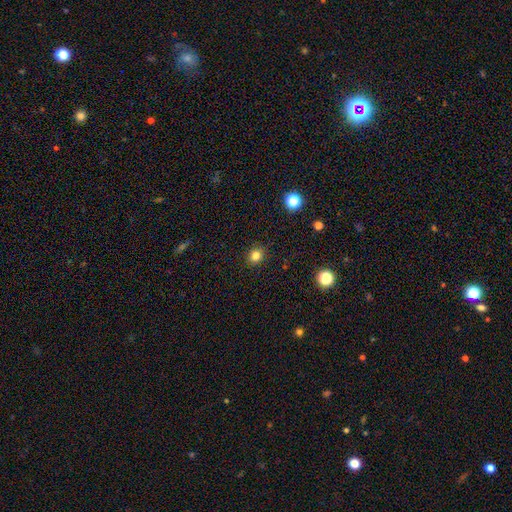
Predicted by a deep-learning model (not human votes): Smooth or featured?
  - smooth: 81% *
  - star or artifact: 13%
  - featured or disk: 5%
How rounded?
  - round: 81% *
  - in between: 18%
  - cigar-shaped: 1%
Merging?
  - none: 90% *
  - minor disturbance: 7%
  - major disturbance: 2%
  - merger: 1%